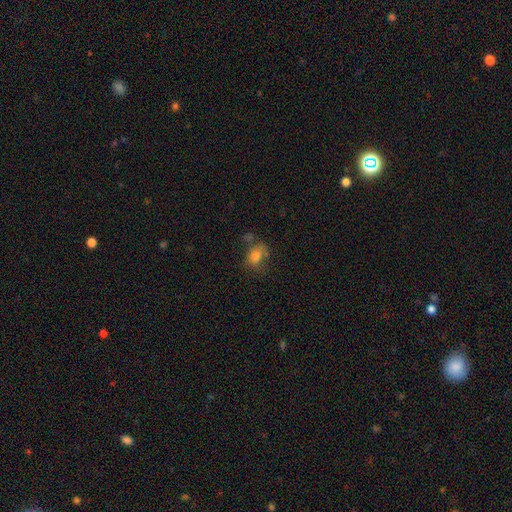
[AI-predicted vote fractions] Smooth or featured? Predicted: smooth (p=0.69). How rounded? Predicted: in between (p=0.61). Merging? Predicted: none (p=0.50).